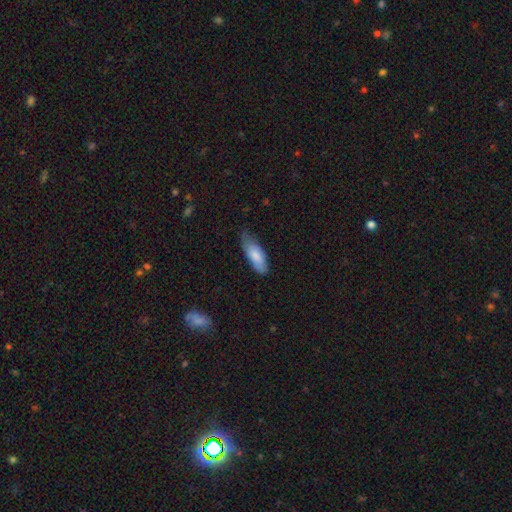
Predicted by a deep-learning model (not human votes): A smooth galaxy with no disk features (78%) that is in between round and cigar-shaped (72%). Merging: none (52%).